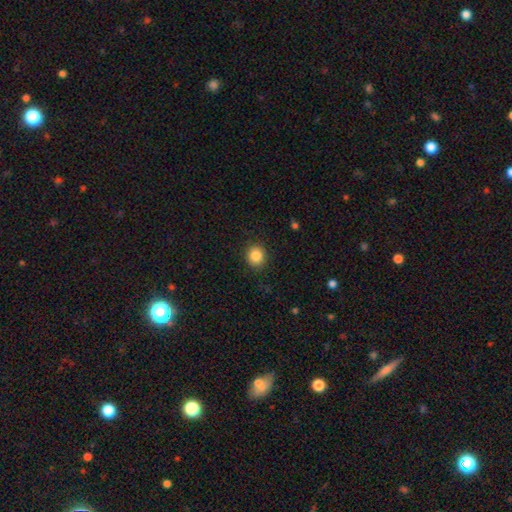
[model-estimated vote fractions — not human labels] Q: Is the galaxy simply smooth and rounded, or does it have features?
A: smooth — 86%.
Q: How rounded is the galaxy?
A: round — 79%.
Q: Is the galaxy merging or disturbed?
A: none — 89%.